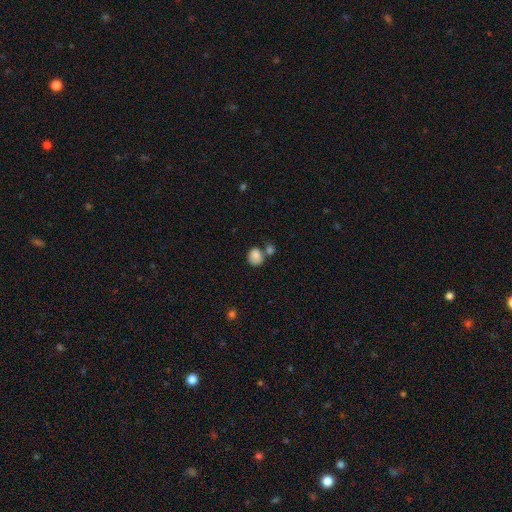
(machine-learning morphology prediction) Smooth or featured: smooth — 84% (star or artifact — 9%)
How rounded: round — 63% (in between — 36%)
Merging: none — 46% (merger — 34%)